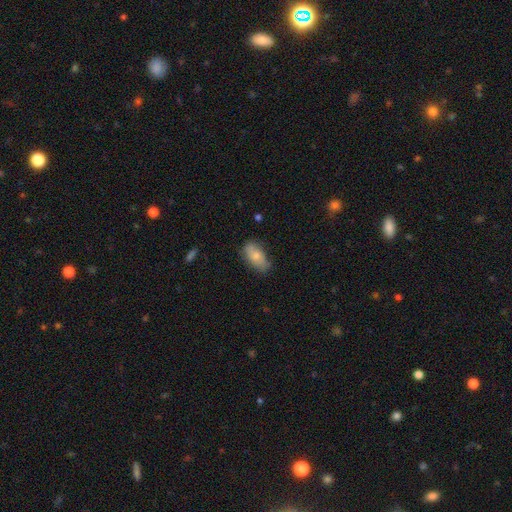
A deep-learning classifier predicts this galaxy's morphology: smooth 77%, featured or disk 16%, star or artifact 7%. Down the decision tree: how rounded — in between (91%); merging — none (70%).